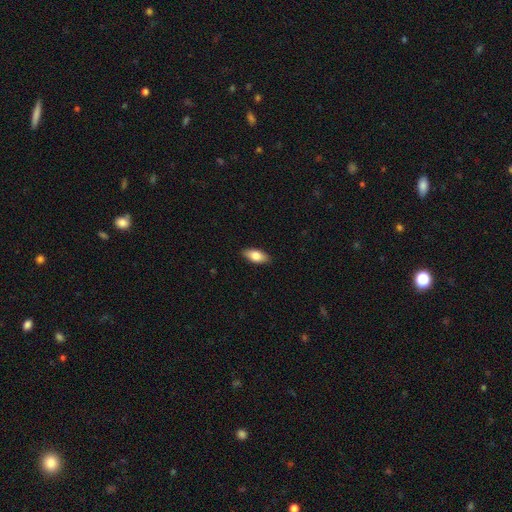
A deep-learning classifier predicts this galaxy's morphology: A smooth galaxy with no disk features (79%) that is in between round and cigar-shaped (88%).

Vote fractions:
- Smooth or featured? smooth: 79% / featured or disk: 15% / star or artifact: 6%
- How rounded? in between: 88% / cigar-shaped: 9% / round: 3%
- Merging? none: 89% / minor disturbance: 9% / major disturbance: 2% / merger: 1%